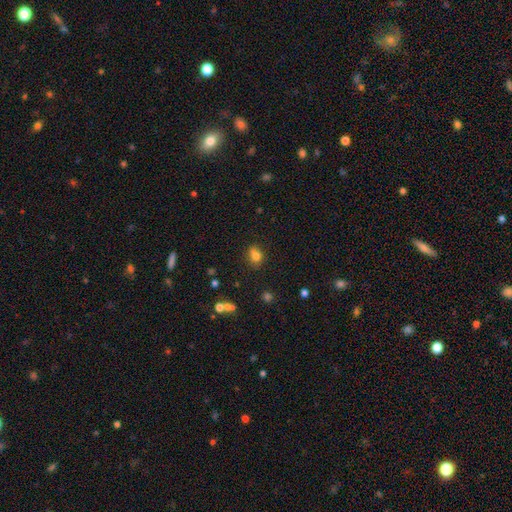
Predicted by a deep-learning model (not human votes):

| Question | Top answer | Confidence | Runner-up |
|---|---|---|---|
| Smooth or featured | smooth | 77% | star or artifact (13%) |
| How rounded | round | 56% | in between (43%) |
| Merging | none | 70% | minor disturbance (18%) |